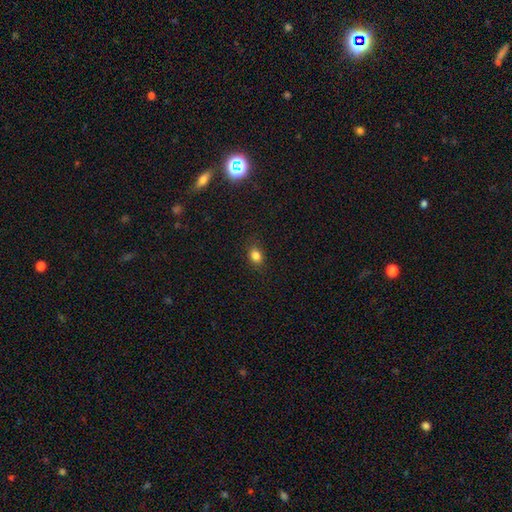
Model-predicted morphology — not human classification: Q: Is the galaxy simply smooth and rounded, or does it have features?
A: smooth — 84%.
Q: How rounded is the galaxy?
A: in between — 63%.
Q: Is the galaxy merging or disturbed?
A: none — 86%.